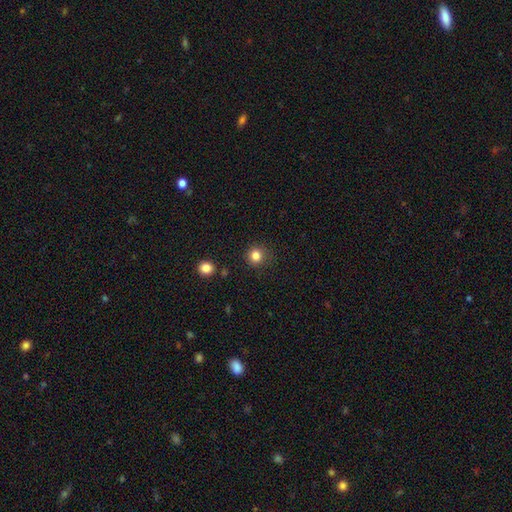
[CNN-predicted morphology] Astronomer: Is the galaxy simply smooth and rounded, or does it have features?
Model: smooth — 83%.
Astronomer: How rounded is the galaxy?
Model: round — 91%.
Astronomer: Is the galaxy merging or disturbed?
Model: none — 87%.